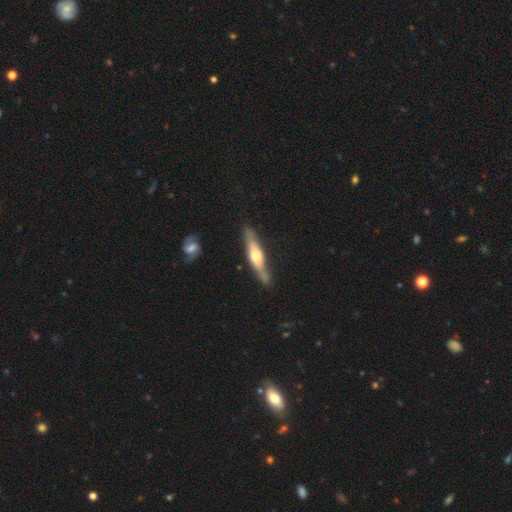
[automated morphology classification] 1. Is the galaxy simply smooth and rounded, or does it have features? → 63% featured or disk, 32% smooth, 5% star or artifact.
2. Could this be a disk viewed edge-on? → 89% yes, 11% no.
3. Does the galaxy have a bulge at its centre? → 84% rounded, 11% boxy, 5% none.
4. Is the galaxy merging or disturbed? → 78% none, 15% minor disturbance, 4% major disturbance, 3% merger.